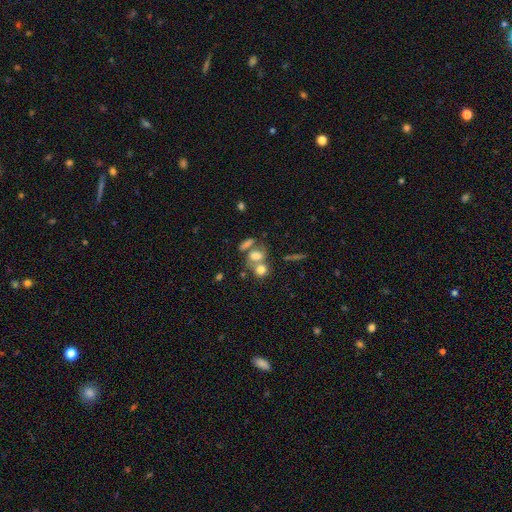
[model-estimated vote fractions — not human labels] smooth-or-featured: smooth: 67% | featured or disk: 19% | star or artifact: 14%
  how-rounded: in between: 56% | round: 39% | cigar-shaped: 4%
  merging: merger: 47% | none: 36% | minor disturbance: 10% | major disturbance: 7%